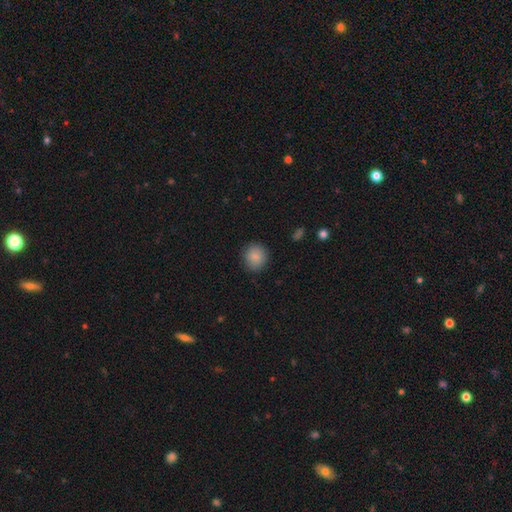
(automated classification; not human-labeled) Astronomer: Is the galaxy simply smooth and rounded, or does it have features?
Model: smooth — 87%.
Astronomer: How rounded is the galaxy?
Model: round — 86%.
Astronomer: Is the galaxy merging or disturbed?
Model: none — 87%.